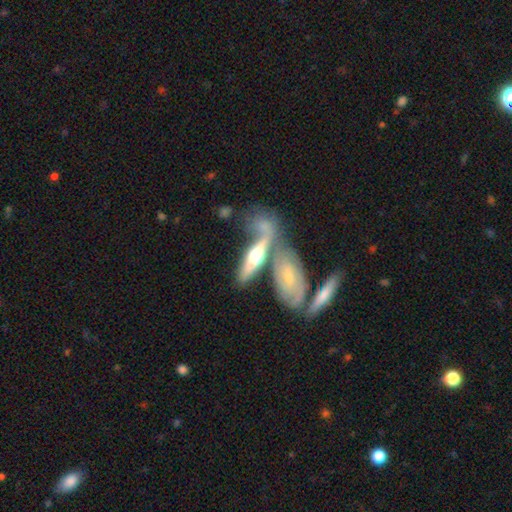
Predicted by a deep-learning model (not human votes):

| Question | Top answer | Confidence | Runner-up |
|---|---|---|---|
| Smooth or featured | featured or disk | 57% | smooth (36%) |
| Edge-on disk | yes | 75% | no (25%) |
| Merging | none | 38% | tied: merger (38%) |